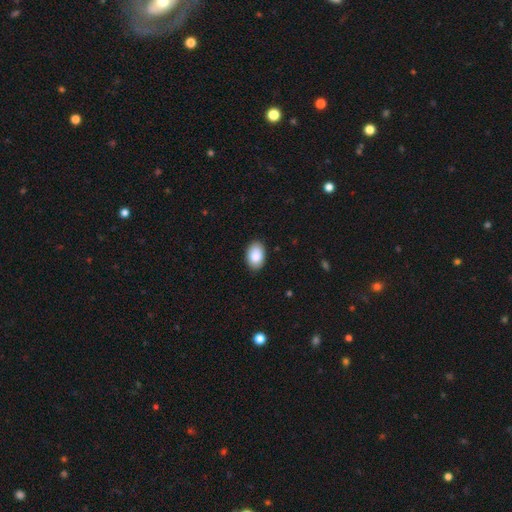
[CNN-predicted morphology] This is clearly a smooth galaxy (87%). How rounded: clearly in between (90%). Merging: clearly none (89%).